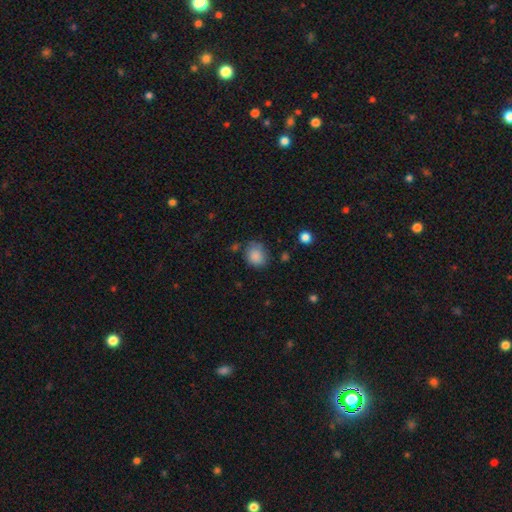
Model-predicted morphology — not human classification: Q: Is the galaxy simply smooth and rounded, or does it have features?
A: smooth — 86%.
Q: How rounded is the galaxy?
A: round — 61%.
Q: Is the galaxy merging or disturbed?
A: none — 69%.